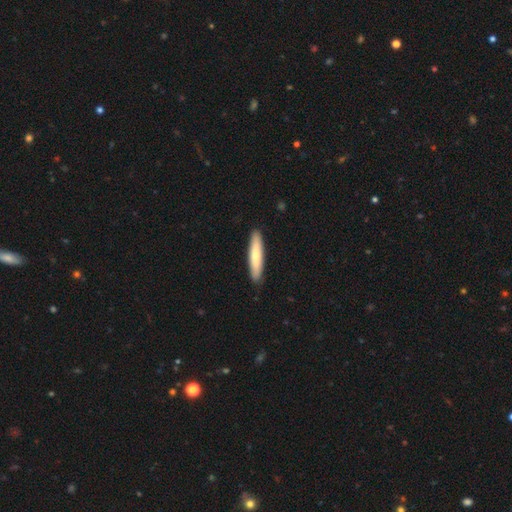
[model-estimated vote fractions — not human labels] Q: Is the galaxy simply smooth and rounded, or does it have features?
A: smooth — 71%.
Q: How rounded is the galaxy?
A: cigar-shaped — 87%.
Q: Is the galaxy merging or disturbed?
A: none — 90%.